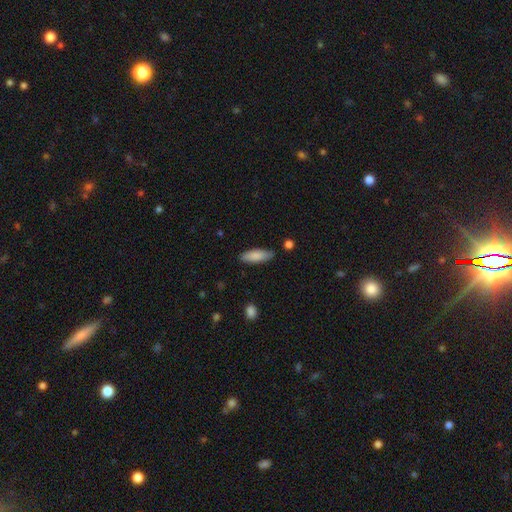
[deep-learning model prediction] A smooth galaxy with no disk features (85%) that is in between round and cigar-shaped (58%). Merging: none (82%).